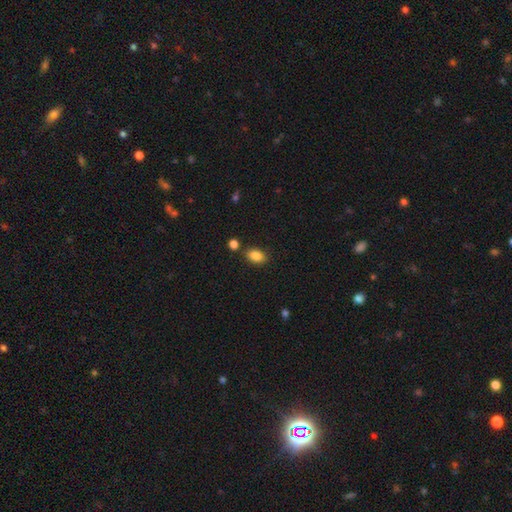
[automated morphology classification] Smooth or featured? smooth (86%)
How rounded? in between (86%)
Merging? none (81%)